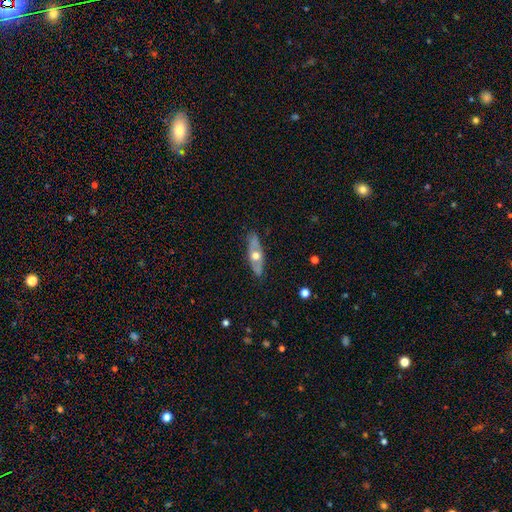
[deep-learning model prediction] Smooth or featured? Predicted: featured or disk (p=0.59). Edge-on disk? Predicted: no (p=0.52). Merging? Predicted: none (p=0.84).